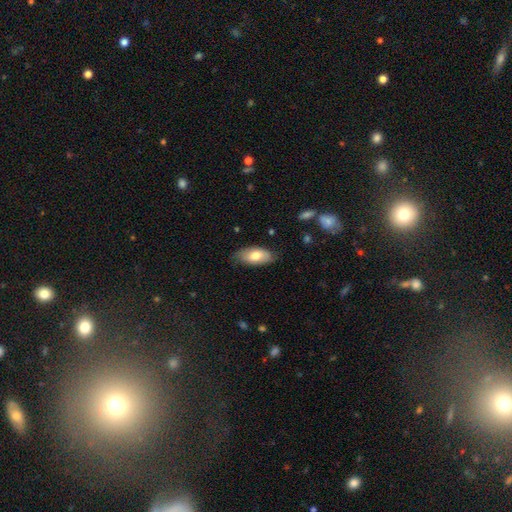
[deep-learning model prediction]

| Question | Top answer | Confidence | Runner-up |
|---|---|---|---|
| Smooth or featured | smooth | 73% | featured or disk (21%) |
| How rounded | in between | 92% | cigar-shaped (5%) |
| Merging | none | 78% | minor disturbance (18%) |